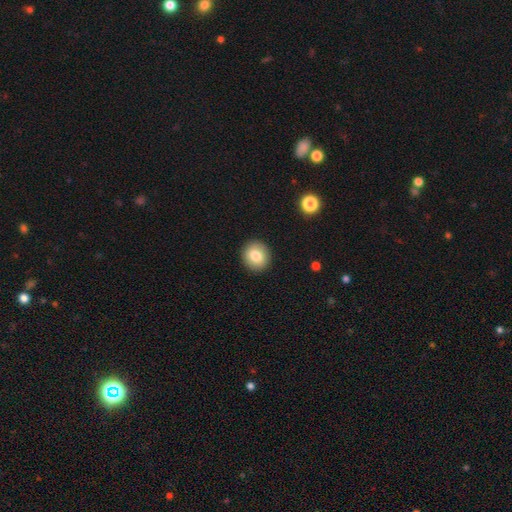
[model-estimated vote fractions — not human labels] Smooth or featured: smooth — 80% (featured or disk — 11%)
How rounded: round — 84% (in between — 15%)
Merging: none — 91% (minor disturbance — 6%)